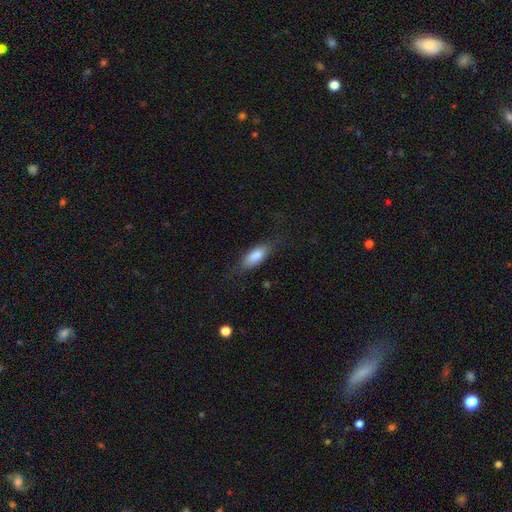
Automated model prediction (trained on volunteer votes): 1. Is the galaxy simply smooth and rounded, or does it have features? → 80% smooth, 13% featured or disk, 6% star or artifact.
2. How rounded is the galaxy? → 76% in between, 21% cigar-shaped, 3% round.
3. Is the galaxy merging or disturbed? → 73% none, 18% minor disturbance, 8% major disturbance, 1% merger.